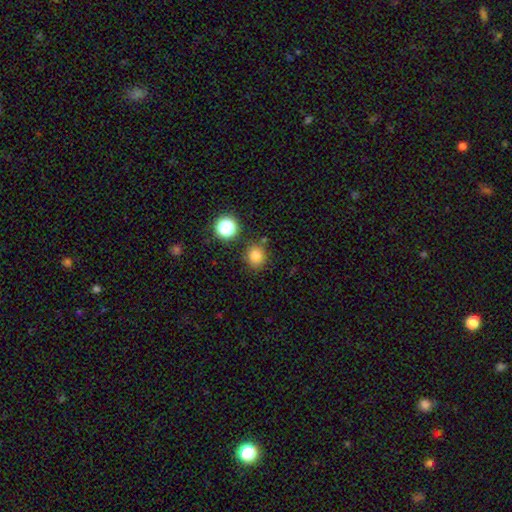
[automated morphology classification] smooth_or_featured: smooth (p=0.77) [alt: star or artifact p=0.16]
how_rounded: round (p=0.83) [alt: in between p=0.16]
merging: none (p=0.80) [alt: minor disturbance p=0.10]